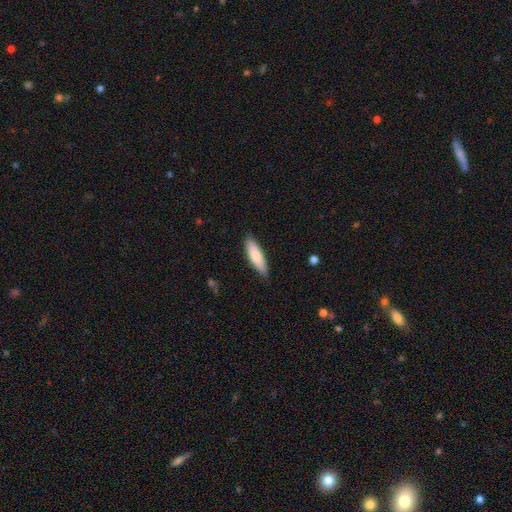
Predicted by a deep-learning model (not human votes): smooth 78%, featured or disk 17%, star or artifact 5%. Down the decision tree: how rounded — cigar-shaped (61%); merging — none (87%).